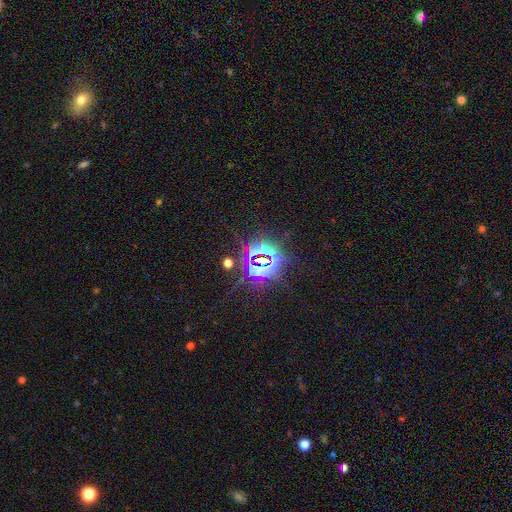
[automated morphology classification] The model was most divided on "smooth or featured": star or artifact: 82%, smooth: 10%, featured or disk: 8%.